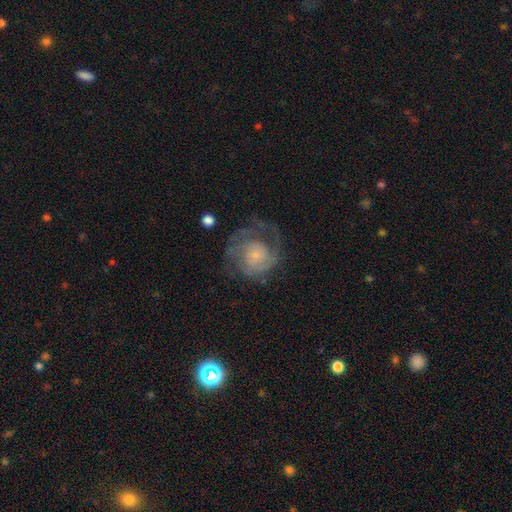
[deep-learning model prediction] Smooth or featured? featured or disk (72%)
Edge-on disk? no (98%)
Bar? no (78%)
Spiral arms? yes (87%)
Spiral winding? tight (50%)
Spiral arm count? 2 (33%)
Bulge size? small (71%)
Merging? none (55%)